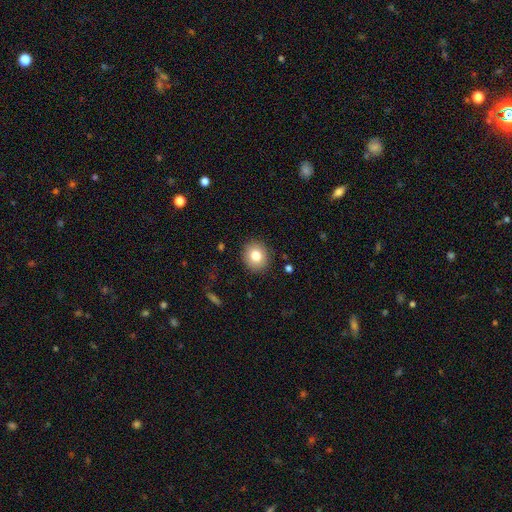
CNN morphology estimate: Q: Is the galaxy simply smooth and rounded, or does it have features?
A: smooth — 80%.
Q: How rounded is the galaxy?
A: round — 81%.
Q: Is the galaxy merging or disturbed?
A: none — 90%.